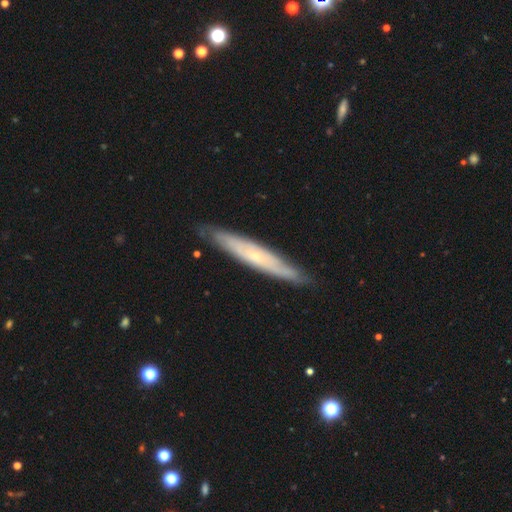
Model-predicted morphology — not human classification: featured or disk 63%, smooth 31%, star or artifact 6%. Down the decision tree: edge-on disk — yes (68%); merging — none (84%).